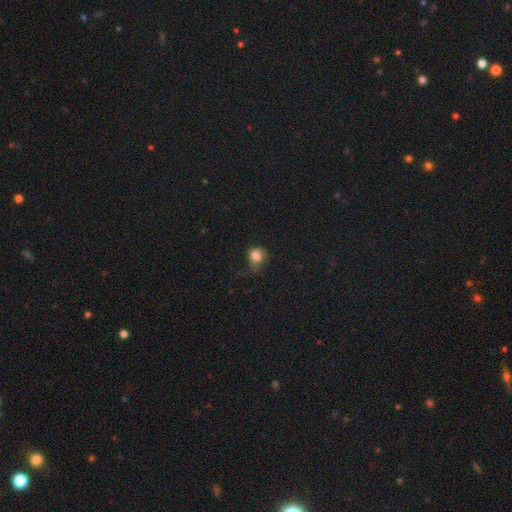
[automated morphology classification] Smooth or featured? Predicted: smooth (p=0.78). How rounded? Predicted: round (p=0.54). Merging? Predicted: none (p=0.35).